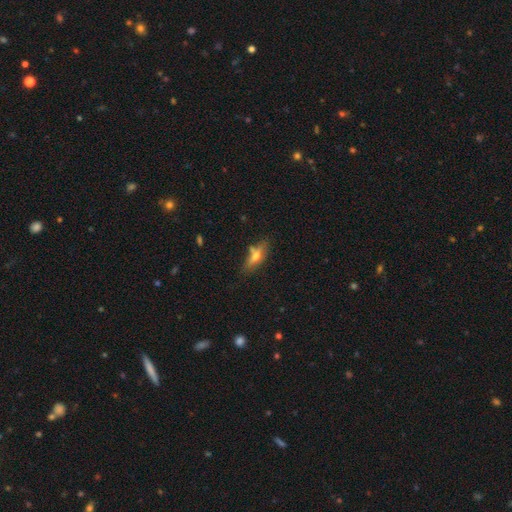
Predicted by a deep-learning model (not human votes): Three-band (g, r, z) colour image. It shows a smooth galaxy with no disk features (54%) that is in between round and cigar-shaped (55%). Merging: none (65%).